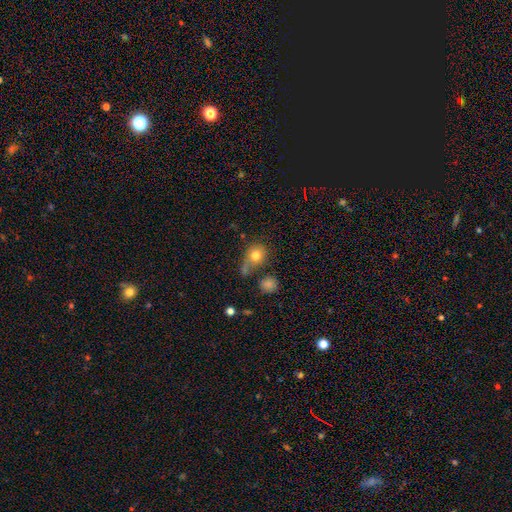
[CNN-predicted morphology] This appears to be a smooth galaxy with no disk features (77%) that is round (74%). Merging: none (51%).